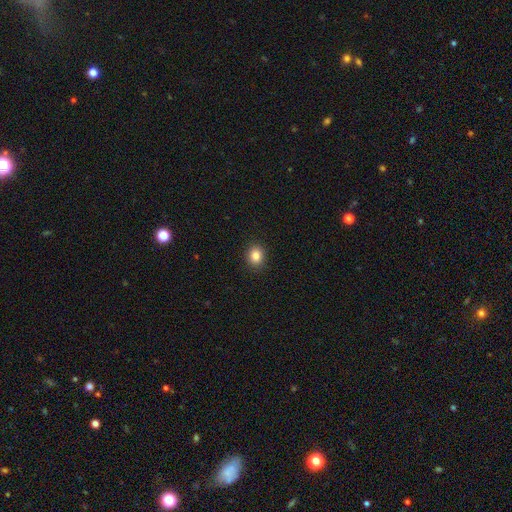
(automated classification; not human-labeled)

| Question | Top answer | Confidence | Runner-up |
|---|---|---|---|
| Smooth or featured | smooth | 84% | star or artifact (10%) |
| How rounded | round | 70% | in between (29%) |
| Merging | none | 91% | minor disturbance (6%) |